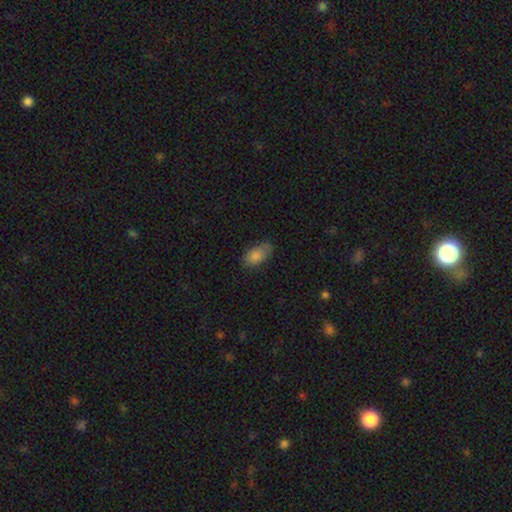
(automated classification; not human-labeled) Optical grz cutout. It shows a smooth galaxy with no disk features (85%) that is in between round and cigar-shaped (92%). Merging: none (74%).